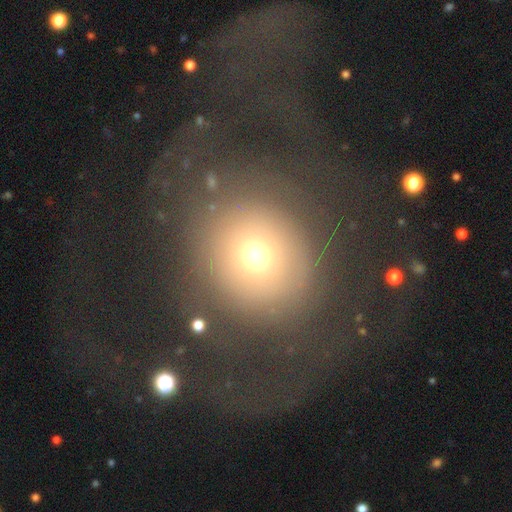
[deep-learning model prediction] smooth 65%, featured or disk 18%, star or artifact 17%. Down the decision tree: how rounded — round (87%); merging — none (65%).